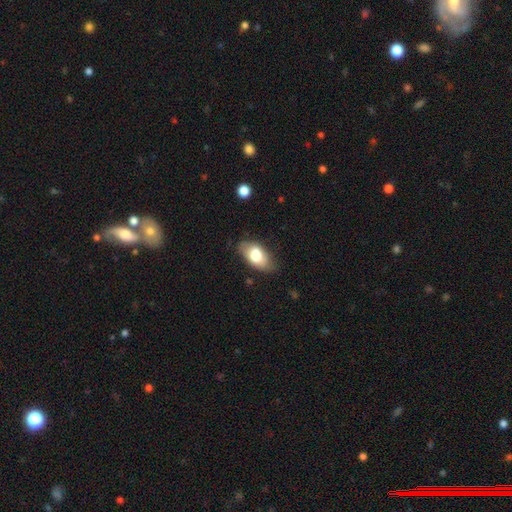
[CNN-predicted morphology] type=smooth (72%); roundness=in between (92%); merging=none (74%).